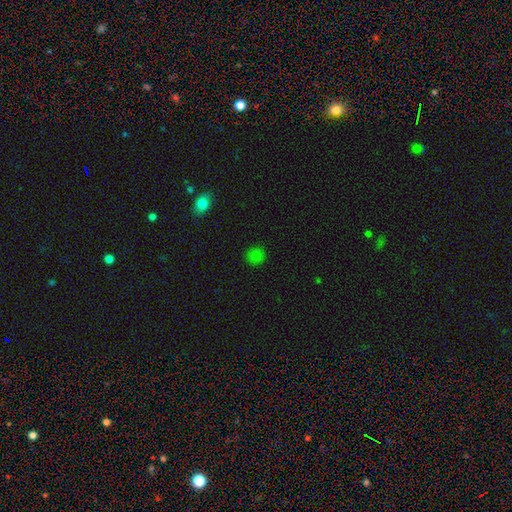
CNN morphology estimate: This appears to be a smooth galaxy with no disk features (78%) that is round (89%). Merging: none (88%).